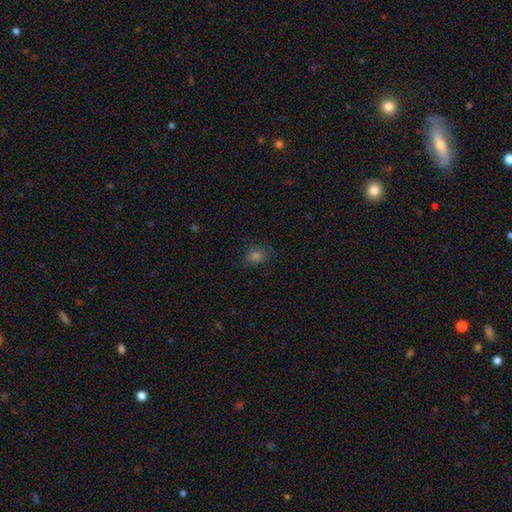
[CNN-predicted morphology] smooth 64%, star or artifact 27%, featured or disk 9%. Down the decision tree: how rounded — round (54%); merging — none (80%).